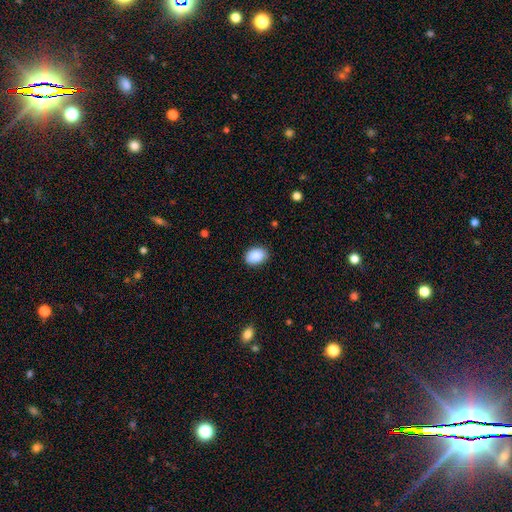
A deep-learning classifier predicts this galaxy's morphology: A smooth galaxy with no disk features (89%) that is in between round and cigar-shaped (73%).

Vote fractions:
- Smooth or featured? smooth: 89% / star or artifact: 7% / featured or disk: 4%
- How rounded? in between: 73% / round: 26% / cigar-shaped: 1%
- Merging? none: 87% / minor disturbance: 10% / major disturbance: 2% / merger: 1%